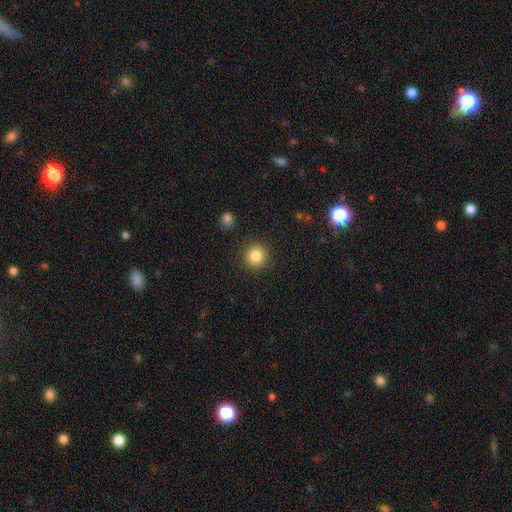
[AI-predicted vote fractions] The model was most divided on "smooth or featured": smooth: 85%, star or artifact: 11%, featured or disk: 5%. More confident: how rounded — round (92%); merging — none (90%).